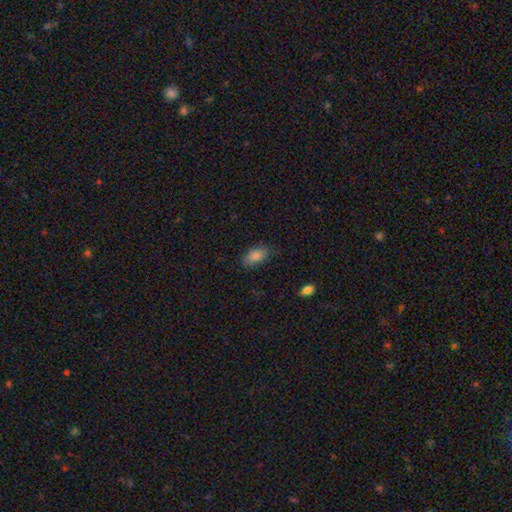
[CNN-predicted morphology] Q: Smooth or featured?
A: smooth (83%); runner-up: star or artifact (9%)
Q: How rounded?
A: in between (90%); runner-up: round (5%)
Q: Merging?
A: none (79%); runner-up: minor disturbance (16%)